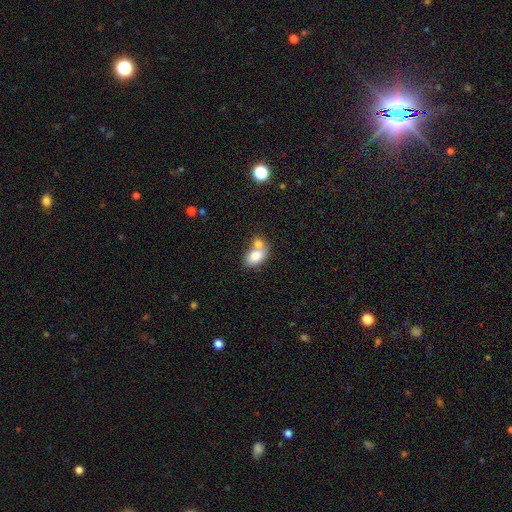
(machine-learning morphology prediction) Smooth or featured? smooth (79%)
How rounded? in between (86%)
Merging? merger (57%)